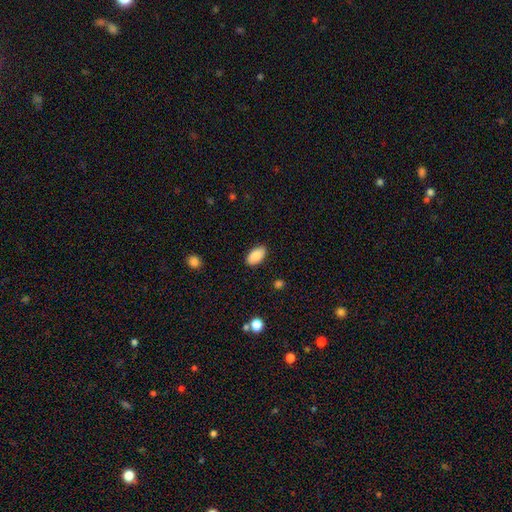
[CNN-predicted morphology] The model was most divided on "merging": none: 87%, minor disturbance: 9%, major disturbance: 2%, merger: 1%. More confident: how rounded — in between (94%); smooth or featured — smooth (88%).